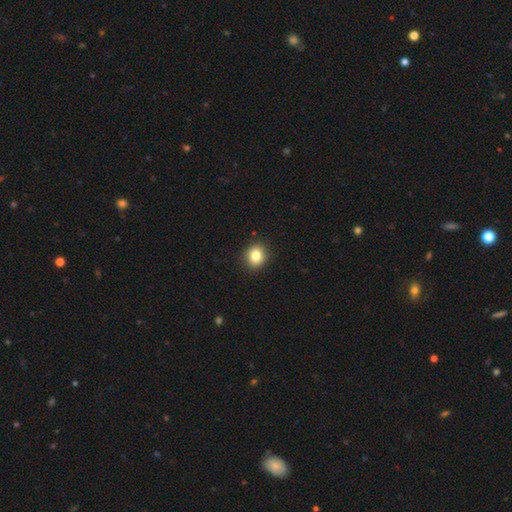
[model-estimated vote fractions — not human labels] Smooth or featured: smooth — 83% (star or artifact — 11%)
How rounded: round — 73% (in between — 26%)
Merging: none — 90% (minor disturbance — 7%)